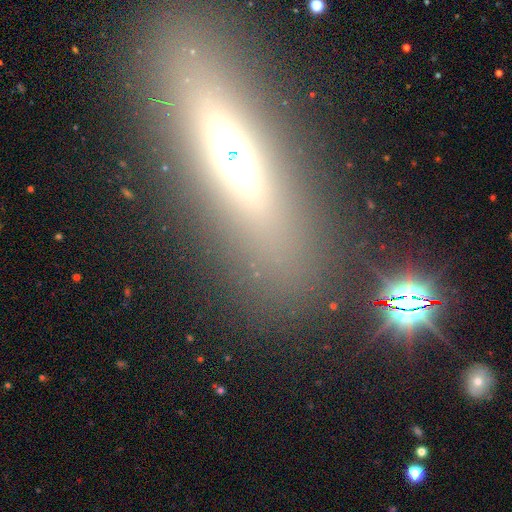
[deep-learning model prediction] This is possibly a featured or disk galaxy (45%). Merging: clearly none (83%).